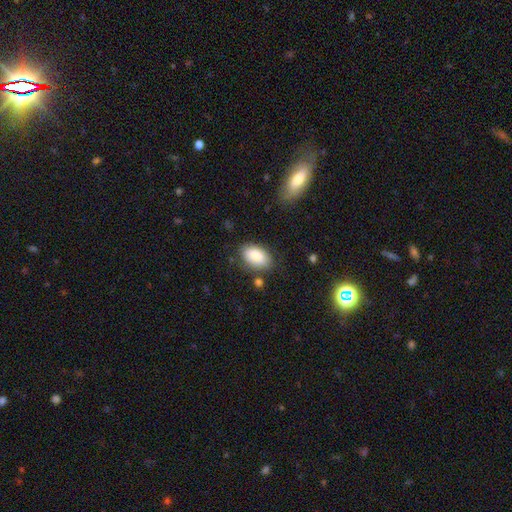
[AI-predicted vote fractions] smooth 84%, featured or disk 9%, star or artifact 7%. Down the decision tree: how rounded — in between (93%); merging — none (78%).